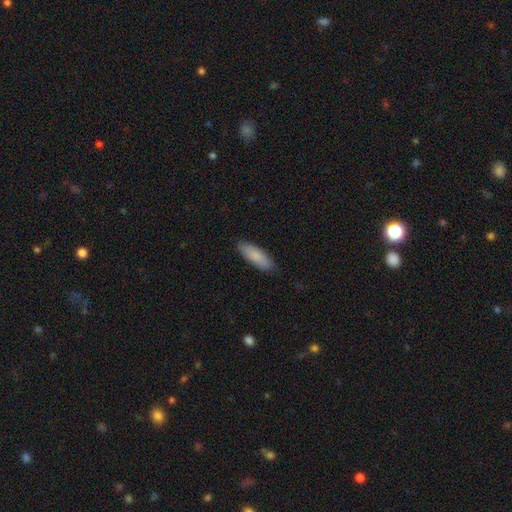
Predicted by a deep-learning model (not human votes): Overall: smooth (86%). How rounded: in between (60%; cigar-shaped 39%). Merging: none (86%).